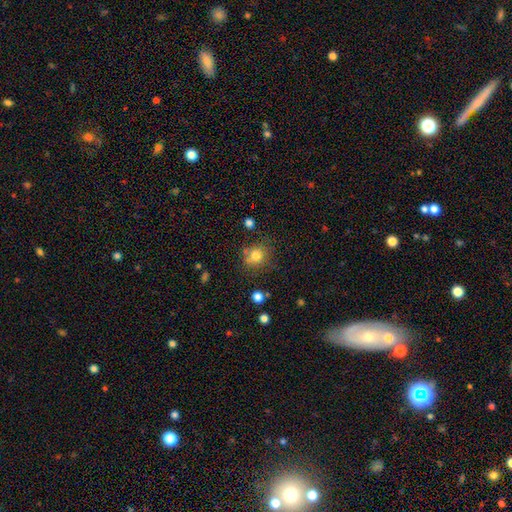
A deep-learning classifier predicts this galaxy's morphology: Smooth or featured?
  - smooth: 79% *
  - star or artifact: 12%
  - featured or disk: 9%
How rounded?
  - round: 79% *
  - in between: 20%
  - cigar-shaped: 1%
Merging?
  - none: 67% *
  - minor disturbance: 17%
  - merger: 10%
  - major disturbance: 6%